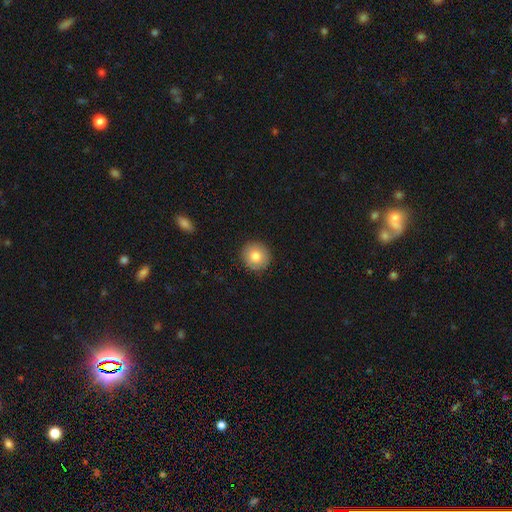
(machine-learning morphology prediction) This appears to be a smooth galaxy with no disk features (82%) that is round (92%). Merging: none (92%).